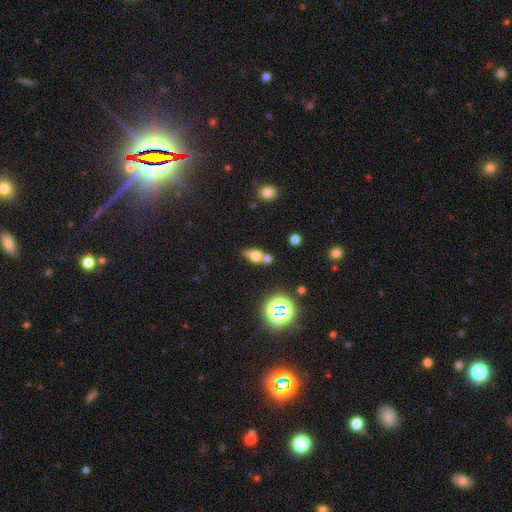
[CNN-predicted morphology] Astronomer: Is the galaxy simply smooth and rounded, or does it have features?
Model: smooth — 64%.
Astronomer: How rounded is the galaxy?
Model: in between — 71%.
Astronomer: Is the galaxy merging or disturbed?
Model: none — 49% (runner-up: merger, 34%).